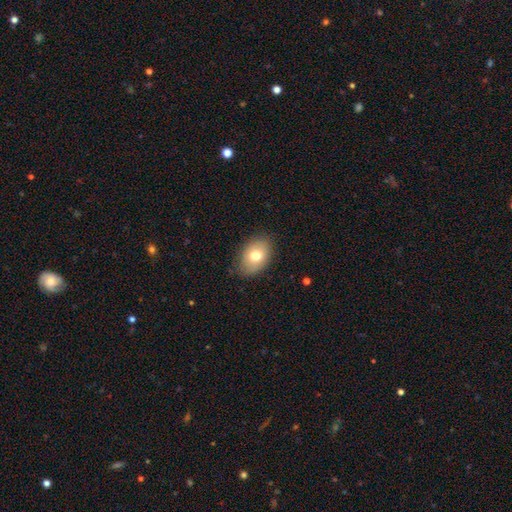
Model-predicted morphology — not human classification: A smooth galaxy with no disk features (74%) that is in between round and cigar-shaped (82%).

Vote fractions:
- Smooth or featured? smooth: 74% / featured or disk: 18% / star or artifact: 8%
- How rounded? in between: 82% / round: 17% / cigar-shaped: 1%
- Merging? none: 81% / minor disturbance: 15% / major disturbance: 3% / merger: 1%